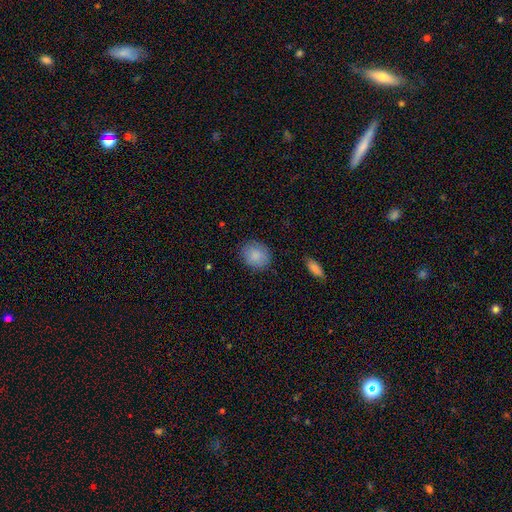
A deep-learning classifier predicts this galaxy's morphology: Overall: smooth (87%). How rounded: round (70%). Merging: none (84%).